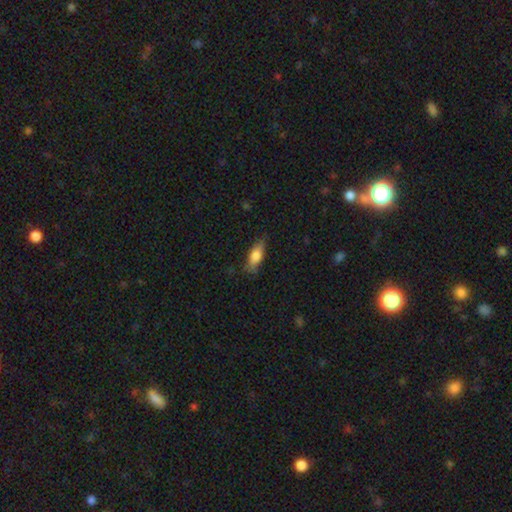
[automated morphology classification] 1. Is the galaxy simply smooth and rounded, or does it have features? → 73% smooth, 20% featured or disk, 7% star or artifact.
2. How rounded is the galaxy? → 69% in between, 28% cigar-shaped, 3% round.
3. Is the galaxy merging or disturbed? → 74% none, 20% minor disturbance, 5% major disturbance, 1% merger.